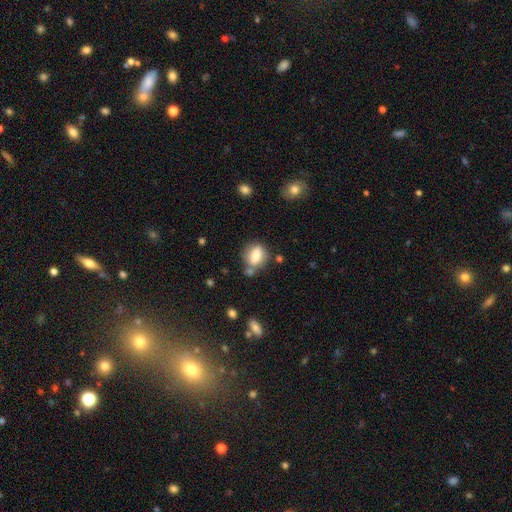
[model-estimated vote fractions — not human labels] This appears to be a smooth galaxy with no disk features (74%) that is in between round and cigar-shaped (64%). Merging: none (63%).